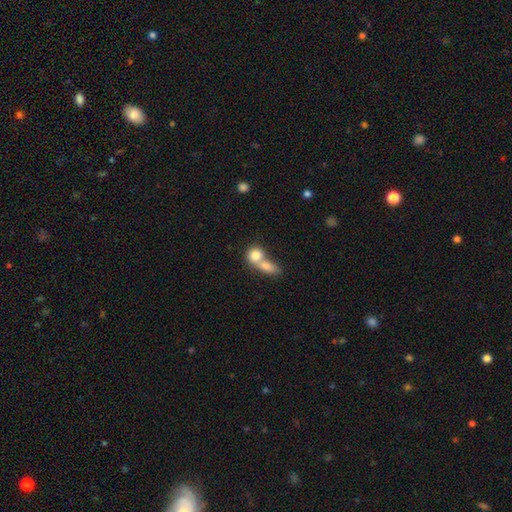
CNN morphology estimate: Overall: smooth (79%). How rounded: round (58%; in between 37%). Merging: merger (69%).